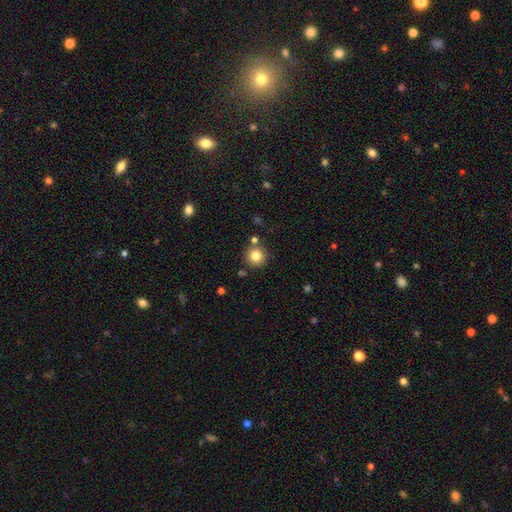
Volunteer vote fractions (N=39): Smooth or featured?
  - smooth: 85% *
  - featured or disk: 8%
  - star or artifact: 8%
How rounded?
  - round: 97% *
  - in between: 3%
  - cigar-shaped: 0%
Merging?
  - none: 81% *
  - minor disturbance: 11%
  - merger: 8%
  - major disturbance: 0%